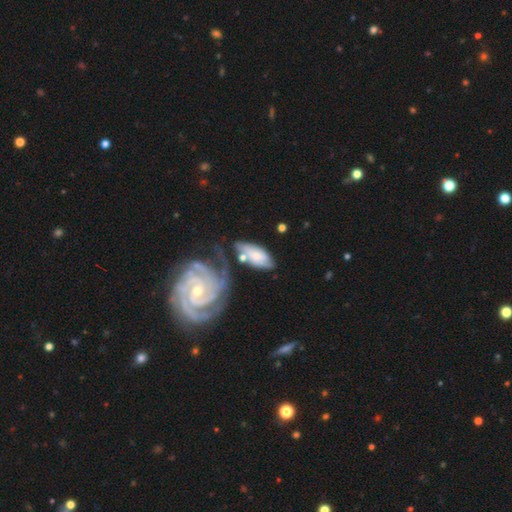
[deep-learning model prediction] Smooth or featured? Predicted: smooth (p=0.49). Merging? Predicted: none (p=0.45).